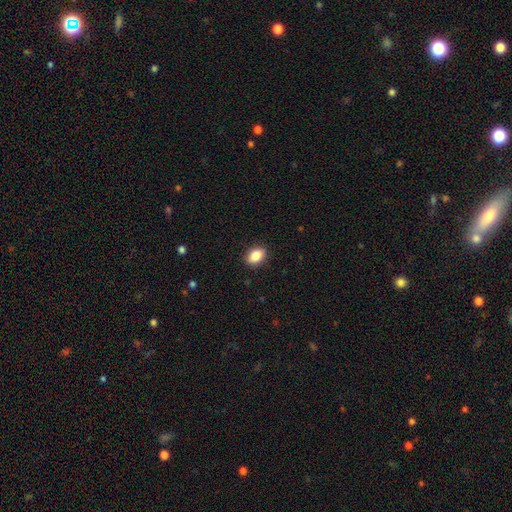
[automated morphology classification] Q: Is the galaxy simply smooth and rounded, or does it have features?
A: smooth — 85%.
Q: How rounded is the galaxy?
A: in between — 80%.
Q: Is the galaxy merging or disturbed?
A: none — 89%.